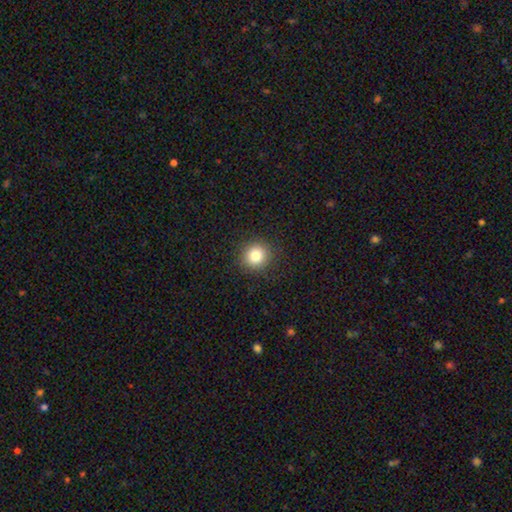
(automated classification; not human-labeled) This is clearly a smooth galaxy (82%). How rounded: clearly round (91%). Merging: clearly none (91%).